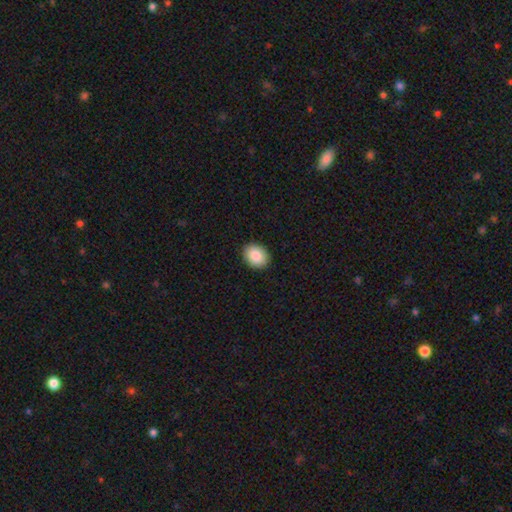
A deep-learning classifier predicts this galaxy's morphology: Q: Smooth or featured?
A: smooth (89%); runner-up: star or artifact (7%)
Q: How rounded?
A: in between (59%); runner-up: round (40%)
Q: Merging?
A: none (90%); runner-up: minor disturbance (8%)